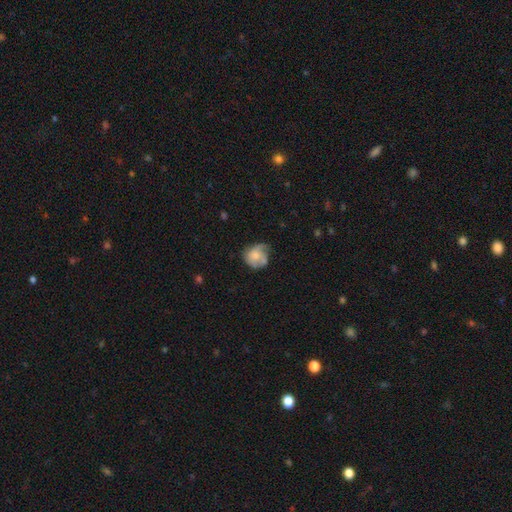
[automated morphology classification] smooth 53%, featured or disk 39%, star or artifact 8%. Down the decision tree: how rounded — round (72%); merging — none (45%).